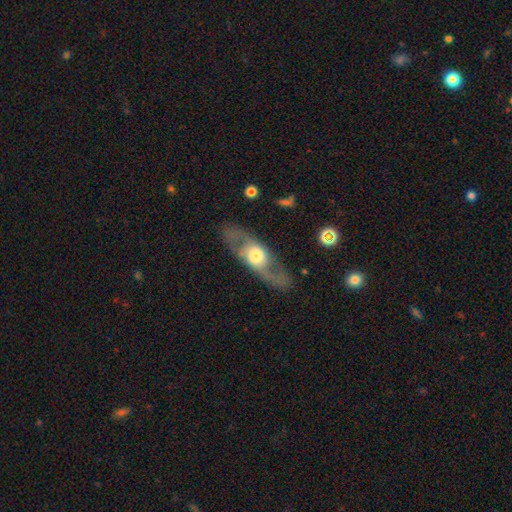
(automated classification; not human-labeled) Smooth or featured: featured or disk — 73% (smooth — 22%)
Edge-on disk: no — 78% (yes — 22%)
Bar: no — 73% (weak — 19%)
Spiral arms: yes — 69% (no — 31%)
Bulge size: moderate — 46% (large — 36%)
Merging: none — 78% (minor disturbance — 12%)